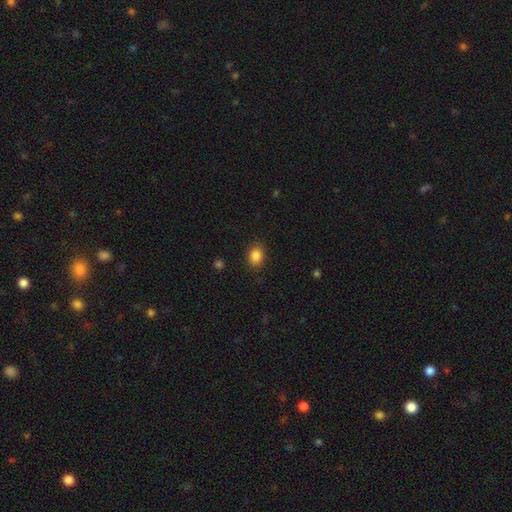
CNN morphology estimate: Smooth or featured?
  - smooth: 85% *
  - star or artifact: 10%
  - featured or disk: 5%
How rounded?
  - in between: 54% *
  - round: 45%
  - cigar-shaped: 1%
Merging?
  - none: 88% *
  - minor disturbance: 9%
  - major disturbance: 2%
  - merger: 1%